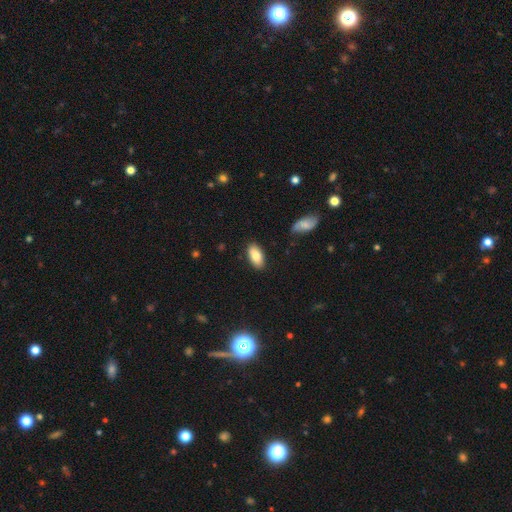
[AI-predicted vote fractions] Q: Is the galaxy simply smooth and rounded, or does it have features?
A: smooth — 80%.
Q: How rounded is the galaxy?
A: in between — 93%.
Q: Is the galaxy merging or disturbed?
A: none — 85%.